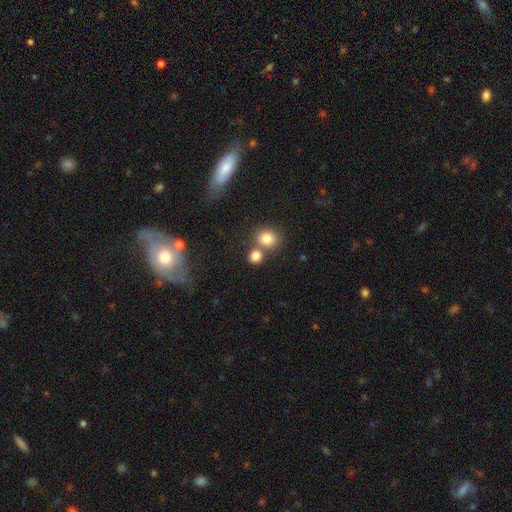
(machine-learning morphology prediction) A smooth galaxy with no disk features (82%) that is round (81%). Merging: none (57%).